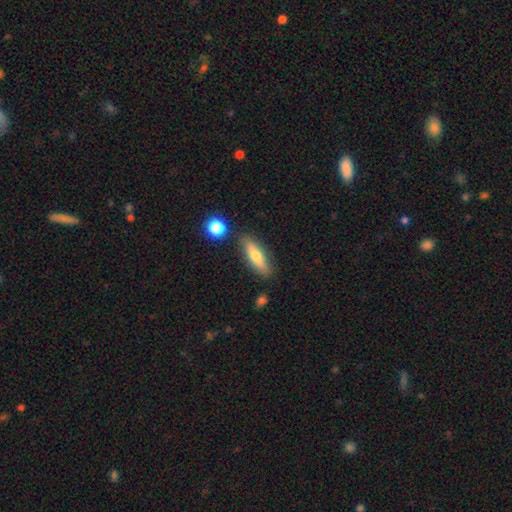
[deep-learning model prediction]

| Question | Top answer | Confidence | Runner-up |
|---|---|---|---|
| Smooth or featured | smooth | 57% | featured or disk (36%) |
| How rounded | cigar-shaped | 60% | in between (37%) |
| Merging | none | 82% | minor disturbance (11%) |